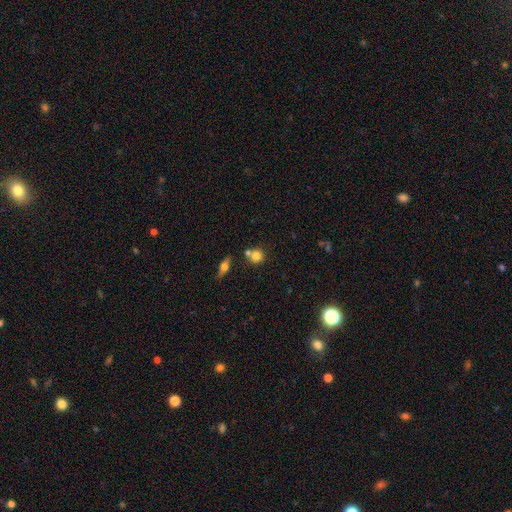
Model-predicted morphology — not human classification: Overall: smooth (78%). How rounded: round (85%). Merging: none (57%; merger 29%).